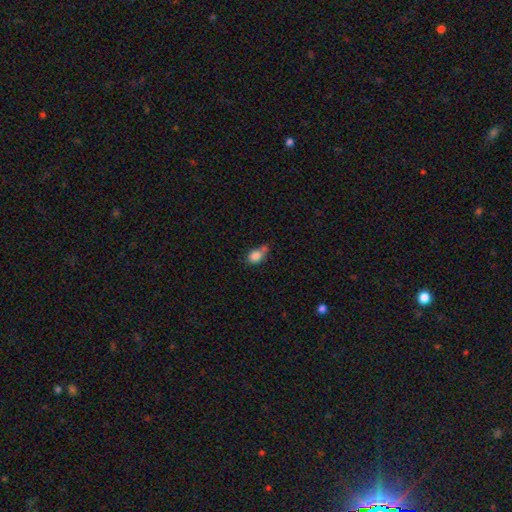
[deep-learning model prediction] smooth_or_featured: smooth (p=0.83) [alt: star or artifact p=0.10]
how_rounded: in between (p=0.64) [alt: round p=0.34]
merging: none (p=0.40) [alt: merger p=0.26]